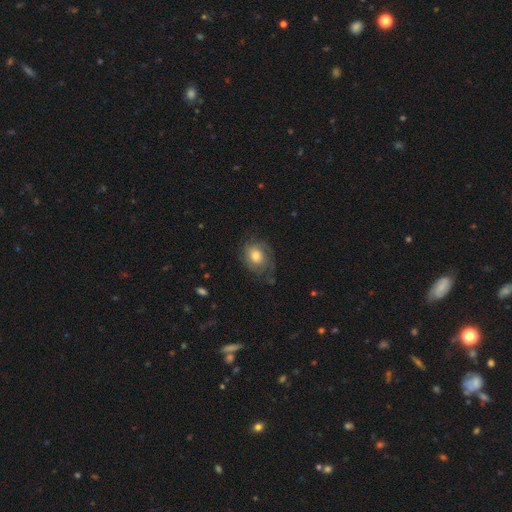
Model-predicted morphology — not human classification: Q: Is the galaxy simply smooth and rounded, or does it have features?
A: smooth — 52%.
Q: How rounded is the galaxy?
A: round — 53%.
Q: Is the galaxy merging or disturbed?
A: none — 59%.